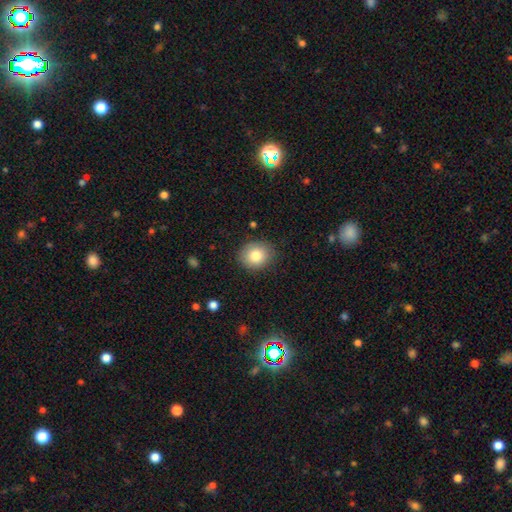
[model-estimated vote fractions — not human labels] smooth 81%, featured or disk 10%, star or artifact 9%. Down the decision tree: how rounded — round (74%); merging — none (86%).